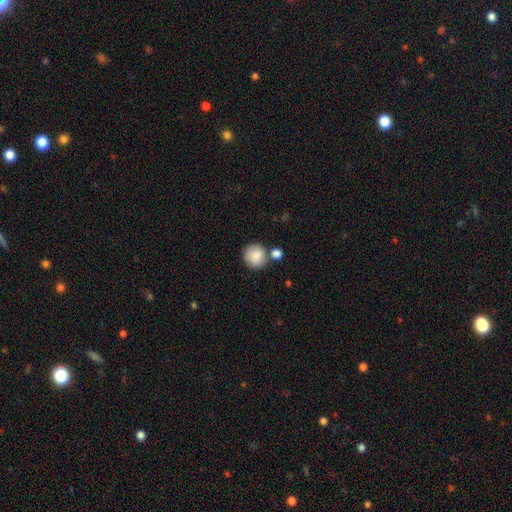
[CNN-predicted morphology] The model was most divided on "merging": none: 65%, merger: 19%, minor disturbance: 12%, major disturbance: 4%. More confident: how rounded — round (92%); smooth or featured — smooth (84%).